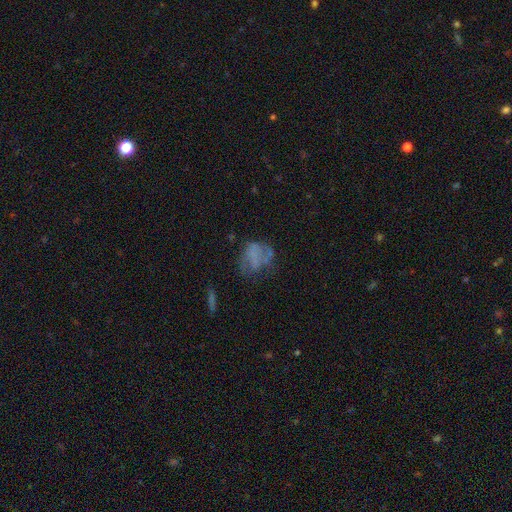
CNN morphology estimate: Smooth or featured? Predicted: smooth (p=0.46). Merging? Predicted: none (p=0.40).